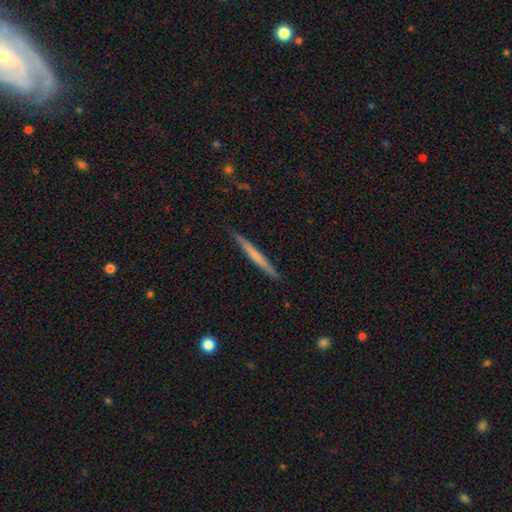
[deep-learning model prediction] Morphology: type=smooth (51%); roundness=cigar-shaped (97%); merging=none (90%).